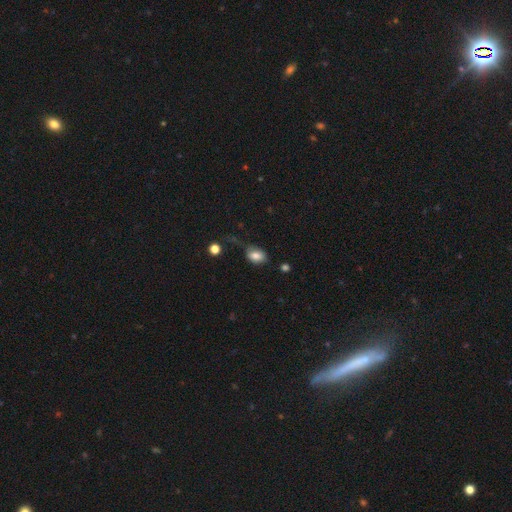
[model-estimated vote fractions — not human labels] A smooth galaxy with no disk features (81%) that is in between round and cigar-shaped (78%).

Vote fractions:
- Smooth or featured? smooth: 81% / featured or disk: 10% / star or artifact: 9%
- How rounded? in between: 78% / round: 20% / cigar-shaped: 1%
- Merging? none: 52% / minor disturbance: 28% / major disturbance: 15% / merger: 5%